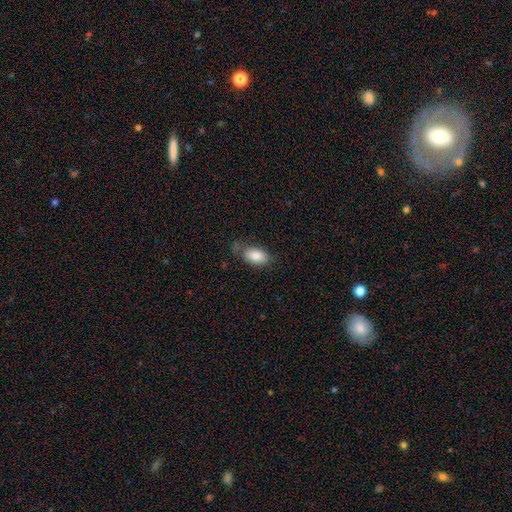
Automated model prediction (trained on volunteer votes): smooth_or_featured: smooth (p=0.85) [alt: featured or disk p=0.08]
how_rounded: in between (p=0.92) [alt: round p=0.05]
merging: none (p=0.65) [alt: minor disturbance p=0.24]